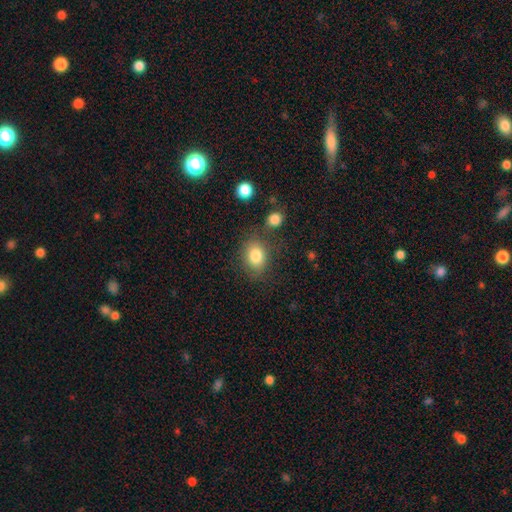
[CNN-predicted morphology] A smooth galaxy with no disk features (83%) that is in between round and cigar-shaped (53%). Merging: none (70%).